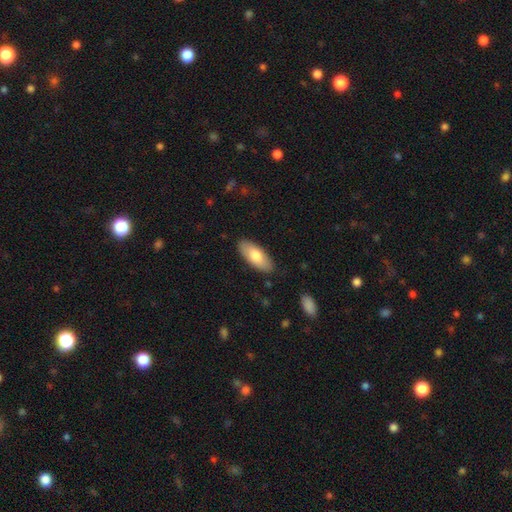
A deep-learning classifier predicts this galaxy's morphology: type=smooth (75%); roundness=in between (85%); merging=none (87%).